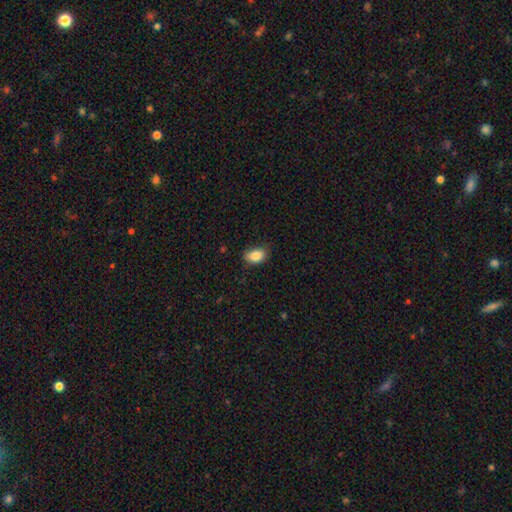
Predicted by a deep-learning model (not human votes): Smooth or featured: smooth — 86% (star or artifact — 8%)
How rounded: in between — 87% (round — 11%)
Merging: none — 76% (minor disturbance — 19%)